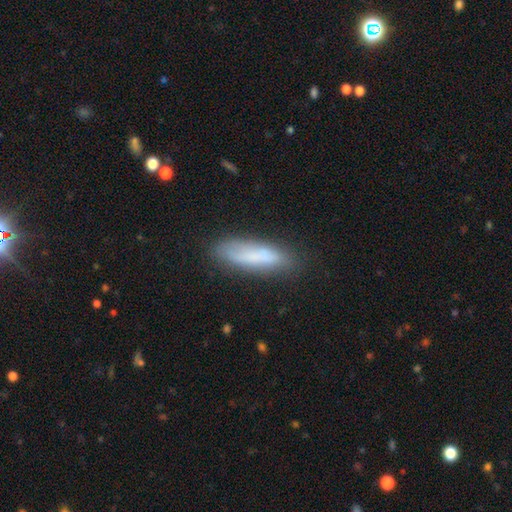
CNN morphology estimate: smooth-or-featured: smooth: 73% | featured or disk: 19% | star or artifact: 8%
  how-rounded: cigar-shaped: 64% | in between: 34% | round: 2%
  merging: none: 74% | minor disturbance: 19% | major disturbance: 5% | merger: 2%